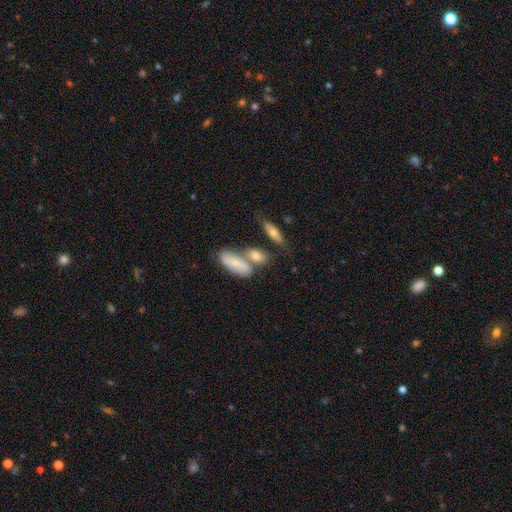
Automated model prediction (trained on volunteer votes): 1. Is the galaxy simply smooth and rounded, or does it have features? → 74% smooth, 18% featured or disk, 8% star or artifact.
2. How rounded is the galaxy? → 74% in between, 17% cigar-shaped, 9% round.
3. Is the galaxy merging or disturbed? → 42% merger, 40% none, 13% minor disturbance, 5% major disturbance.